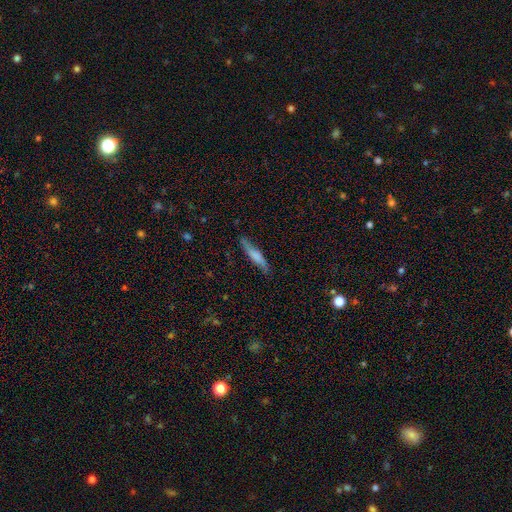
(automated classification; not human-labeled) smooth 60%, featured or disk 34%, star or artifact 6%. Down the decision tree: how rounded — cigar-shaped (87%); merging — none (82%).